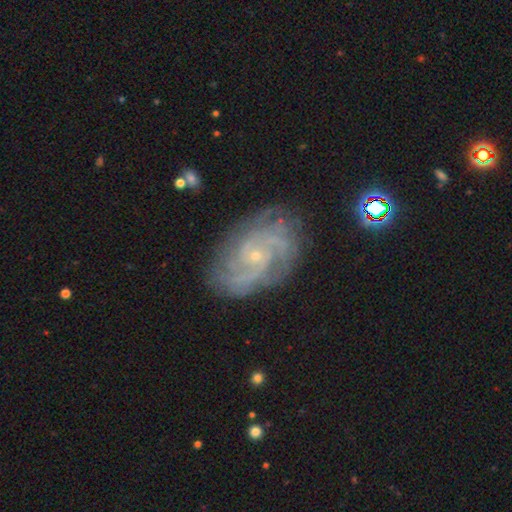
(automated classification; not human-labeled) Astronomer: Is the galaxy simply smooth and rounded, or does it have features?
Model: featured or disk — 87%.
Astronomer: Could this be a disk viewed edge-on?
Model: no — 97%.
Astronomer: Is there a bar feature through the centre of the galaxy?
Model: no — 69%.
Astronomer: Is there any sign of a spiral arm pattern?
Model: yes — 97%.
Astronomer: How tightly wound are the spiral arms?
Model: tight — 55% (runner-up: medium, 37%).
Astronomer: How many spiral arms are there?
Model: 2 — 28% (runner-up: can't tell, 22%).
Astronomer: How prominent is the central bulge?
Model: small — 85%.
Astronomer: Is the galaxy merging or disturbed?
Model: none — 76%.